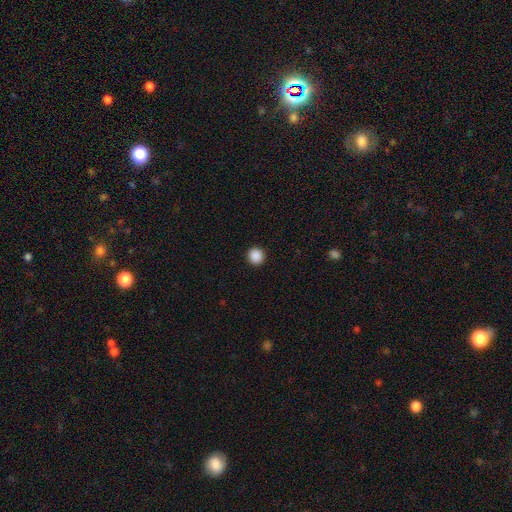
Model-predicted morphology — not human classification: type=smooth (89%); roundness=round (94%); merging=none (93%).